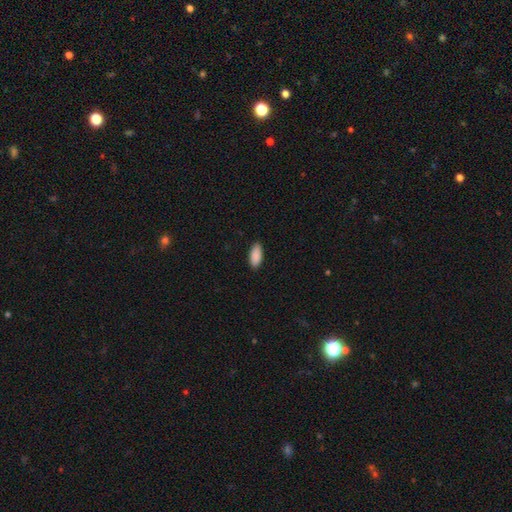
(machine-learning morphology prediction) Smooth or featured: smooth — 91% (star or artifact — 6%)
How rounded: in between — 87% (cigar-shaped — 11%)
Merging: none — 88% (minor disturbance — 9%)